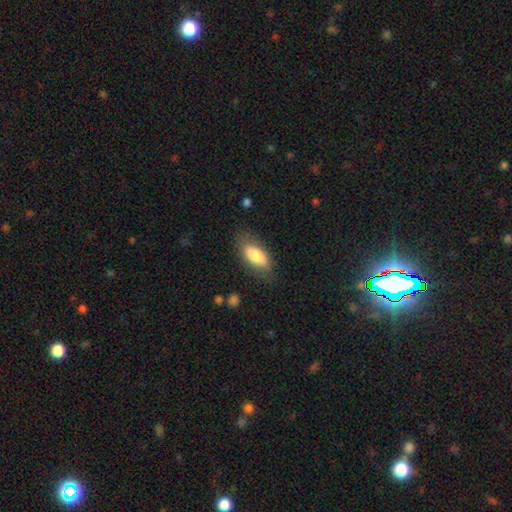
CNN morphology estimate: Smooth or featured? smooth (80%)
How rounded? in between (87%)
Merging? none (76%)